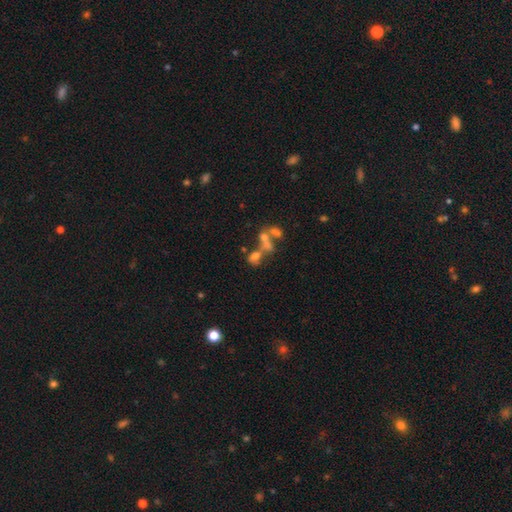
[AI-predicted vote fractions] Overall: smooth (39%; featured or disk 34%). Merging: merger (49%; none 30%).